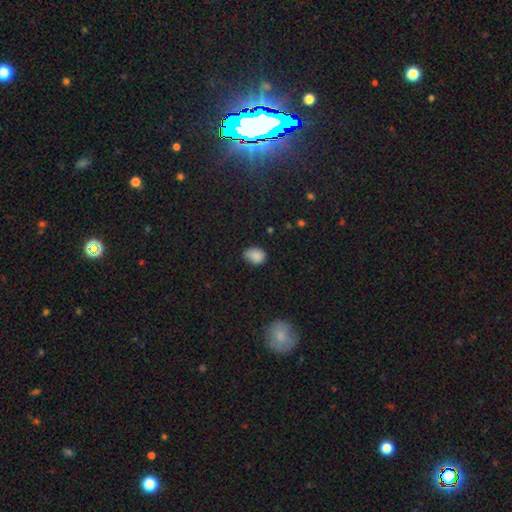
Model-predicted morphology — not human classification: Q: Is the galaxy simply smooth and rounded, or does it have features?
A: smooth — 86%.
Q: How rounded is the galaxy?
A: in between — 64%.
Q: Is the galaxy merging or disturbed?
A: none — 64%.